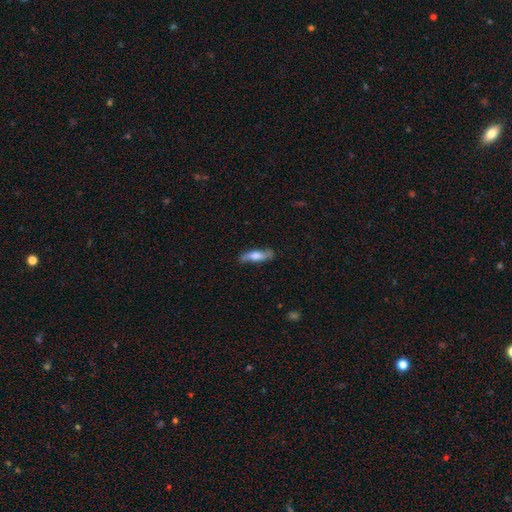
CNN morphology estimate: smooth-or-featured: smooth: 53% | featured or disk: 40% | star or artifact: 7%
  how-rounded: cigar-shaped: 55% | in between: 43% | round: 3%
  merging: none: 73% | minor disturbance: 20% | major disturbance: 5% | merger: 2%